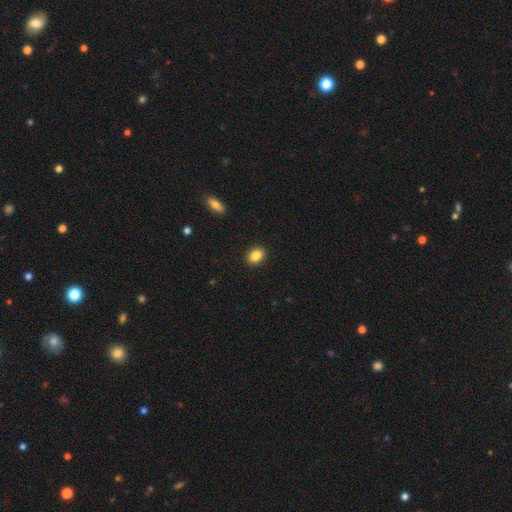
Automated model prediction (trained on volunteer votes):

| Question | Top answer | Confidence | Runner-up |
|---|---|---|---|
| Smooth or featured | smooth | 86% | star or artifact (9%) |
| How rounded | in between | 64% | round (35%) |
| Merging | none | 91% | minor disturbance (6%) |